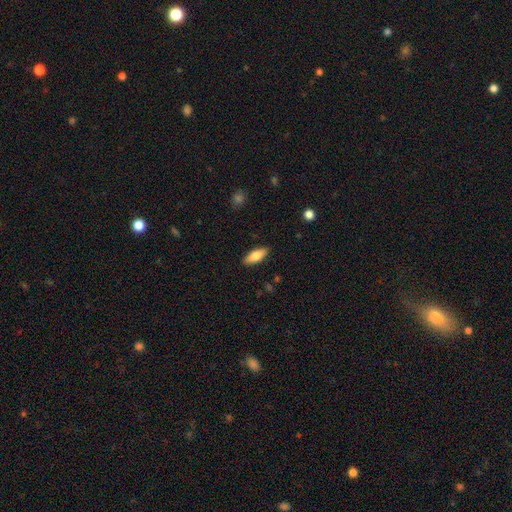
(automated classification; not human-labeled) A smooth galaxy with no disk features (74%) that is in between round and cigar-shaped (74%).

Vote fractions:
- Smooth or featured? smooth: 74% / featured or disk: 20% / star or artifact: 6%
- How rounded? in between: 74% / cigar-shaped: 24% / round: 2%
- Merging? none: 89% / minor disturbance: 8% / major disturbance: 2% / merger: 1%